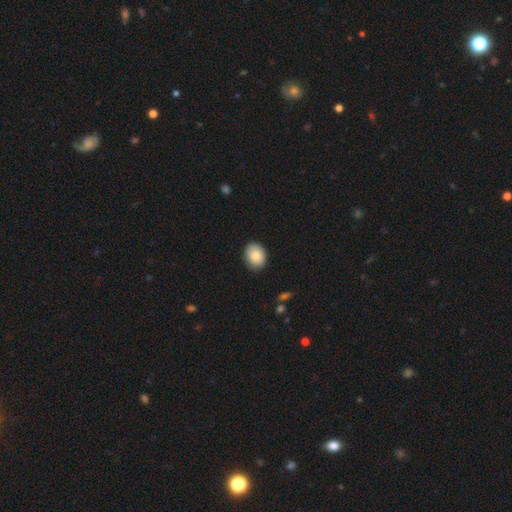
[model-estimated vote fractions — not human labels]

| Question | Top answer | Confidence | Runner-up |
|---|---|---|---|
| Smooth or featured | smooth | 82% | featured or disk (11%) |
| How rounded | in between | 50% | round (49%) |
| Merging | none | 86% | minor disturbance (11%) |